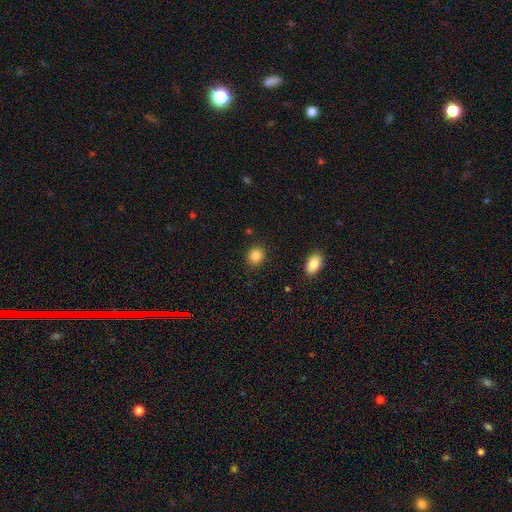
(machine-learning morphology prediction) Smooth or featured: smooth — 86% (star or artifact — 10%)
How rounded: round — 75% (in between — 24%)
Merging: none — 88% (minor disturbance — 8%)